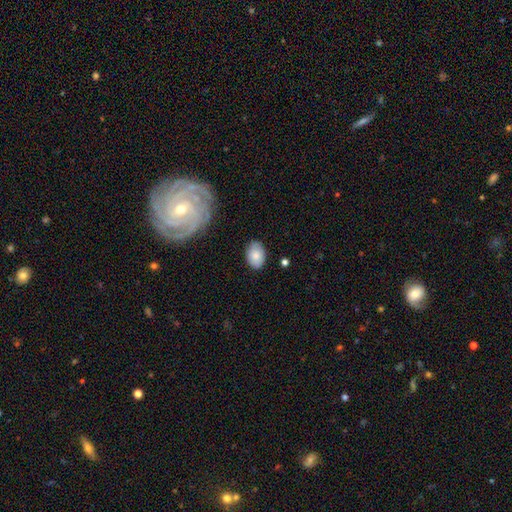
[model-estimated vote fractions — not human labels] This appears to be a smooth galaxy with no disk features (83%) that is in between round and cigar-shaped (84%). Merging: none (84%).